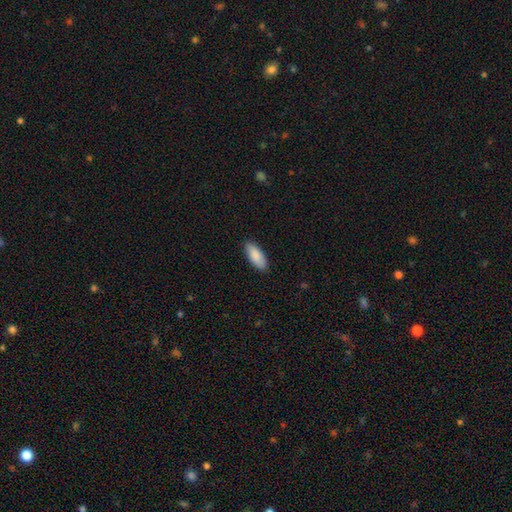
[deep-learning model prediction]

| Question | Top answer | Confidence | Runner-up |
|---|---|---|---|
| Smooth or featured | smooth | 89% | featured or disk (5%) |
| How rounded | in between | 80% | cigar-shaped (18%) |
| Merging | none | 88% | minor disturbance (9%) |